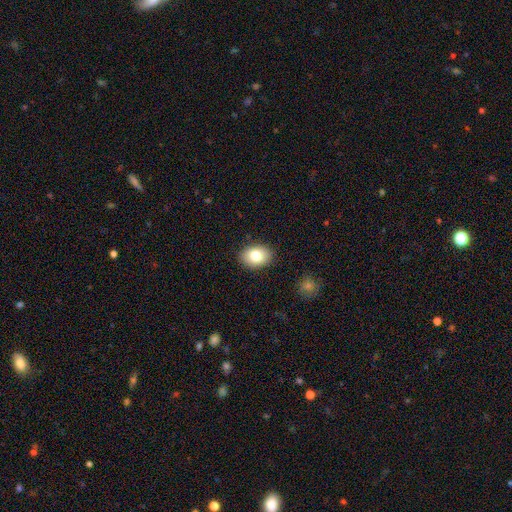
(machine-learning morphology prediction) Smooth or featured: smooth — 81% (featured or disk — 11%)
How rounded: in between — 76% (round — 23%)
Merging: none — 88% (minor disturbance — 9%)